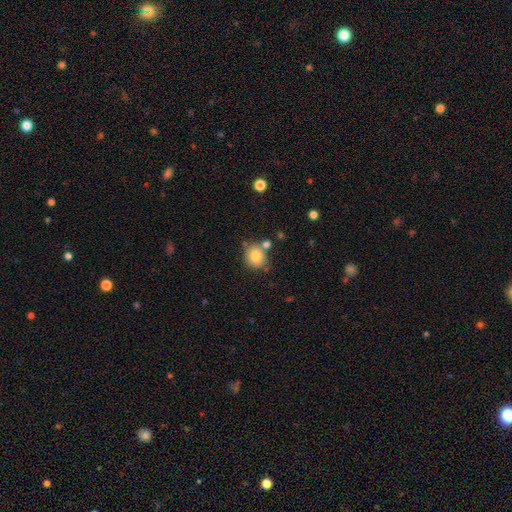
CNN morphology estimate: A smooth galaxy with no disk features (80%) that is round (80%). Merging: none (66%).